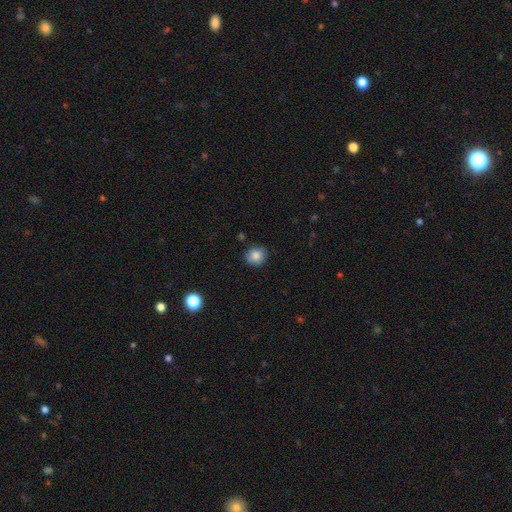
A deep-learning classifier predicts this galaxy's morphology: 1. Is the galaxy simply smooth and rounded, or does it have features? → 84% smooth, 10% star or artifact, 7% featured or disk.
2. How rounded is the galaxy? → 88% round, 11% in between, 1% cigar-shaped.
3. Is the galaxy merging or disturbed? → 84% none, 12% minor disturbance, 2% major disturbance, 2% merger.